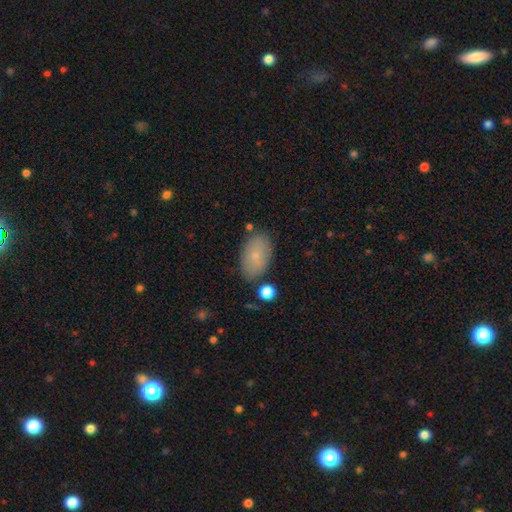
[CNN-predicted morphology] smooth 78%, featured or disk 15%, star or artifact 8%. Down the decision tree: how rounded — in between (93%); merging — none (80%).